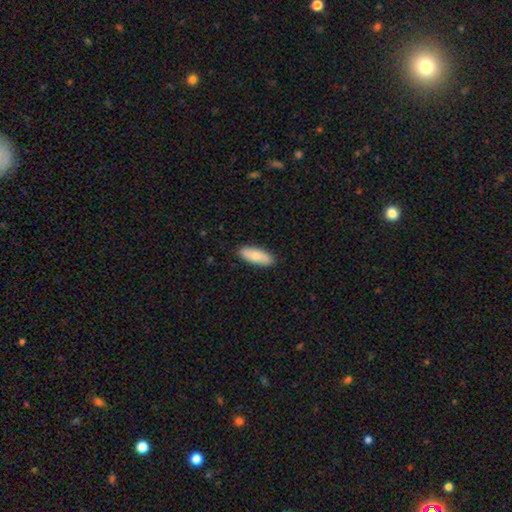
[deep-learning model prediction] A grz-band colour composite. It shows a smooth galaxy with no disk features (78%) that is in between round and cigar-shaped (74%). Merging: none (88%).